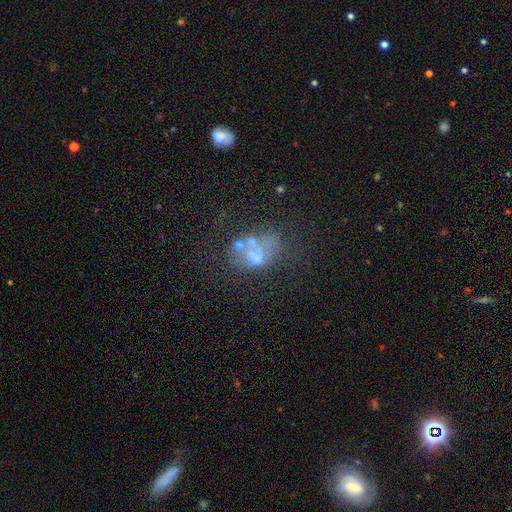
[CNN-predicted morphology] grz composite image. It shows a featured or disk galaxy (49%). Merging: none (36%).